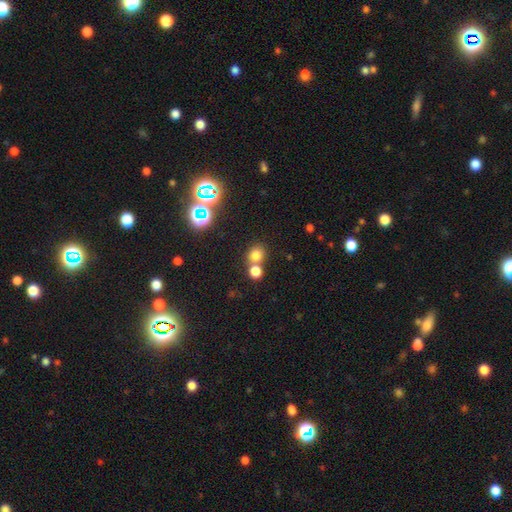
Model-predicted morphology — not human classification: Smooth or featured? smooth (74%)
How rounded? round (80%)
Merging? none (55%)